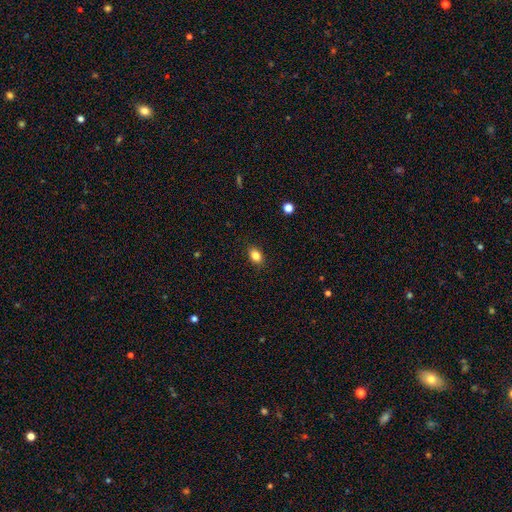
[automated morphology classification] The model was most divided on "how rounded": in between: 74%, round: 24%, cigar-shaped: 1%. More confident: merging — none (89%); smooth or featured — smooth (84%).